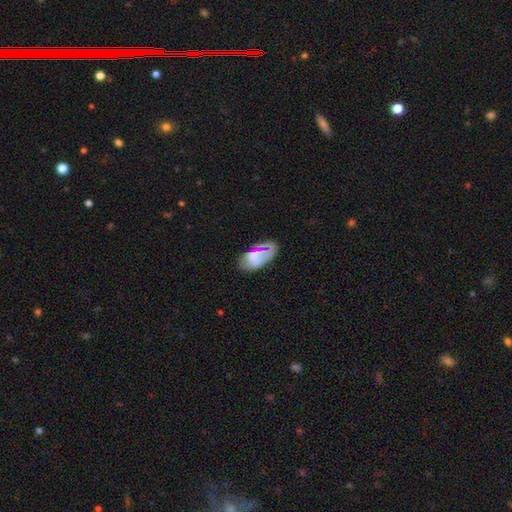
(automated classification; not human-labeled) Smooth or featured: smooth — 50% (featured or disk — 37%)
Merging: none — 60% (minor disturbance — 23%)